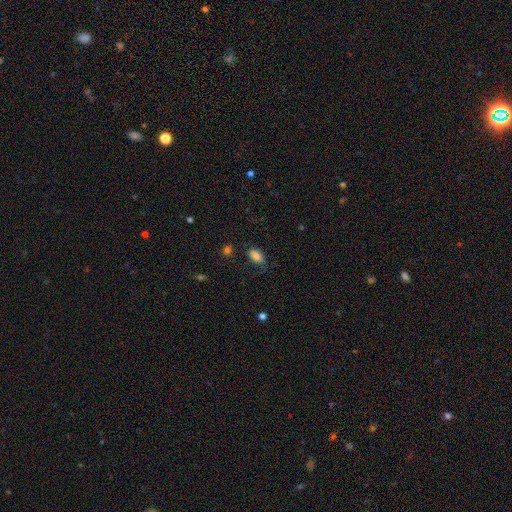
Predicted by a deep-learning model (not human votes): Morphology: type=smooth (84%); roundness=in between (90%); merging=none (70%).